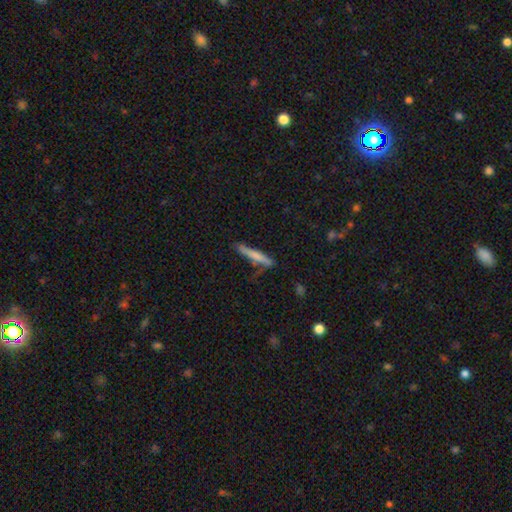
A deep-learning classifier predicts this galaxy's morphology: This appears to be a smooth galaxy with no disk features (65%) that is cigar-shaped (93%). Merging: none (65%).